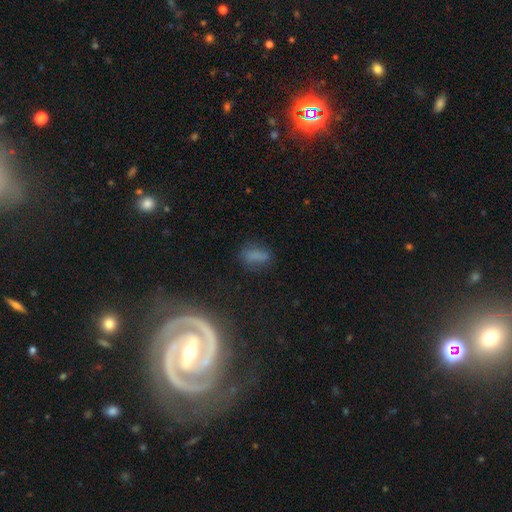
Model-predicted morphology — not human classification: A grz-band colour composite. It shows a smooth galaxy with no disk features (73%) that is in between round and cigar-shaped (76%). Merging: none (67%).